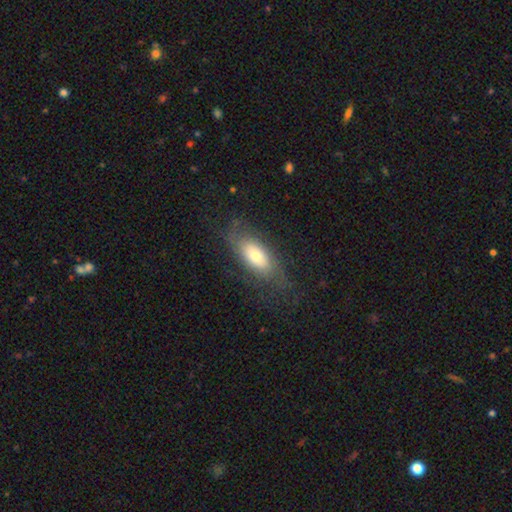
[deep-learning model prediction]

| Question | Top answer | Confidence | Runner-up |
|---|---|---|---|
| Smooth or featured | smooth | 51% | featured or disk (41%) |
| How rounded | in between | 80% | cigar-shaped (16%) |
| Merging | none | 67% | minor disturbance (20%) |